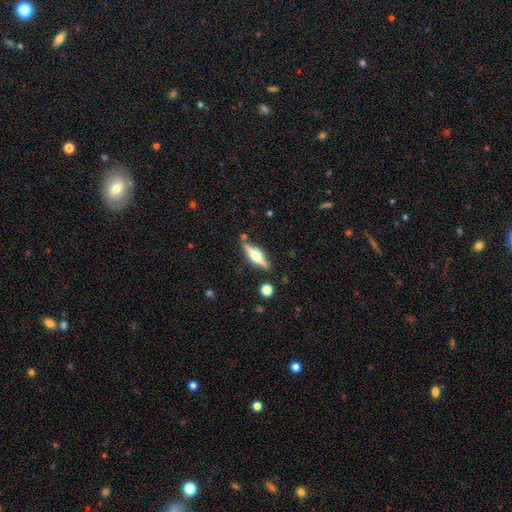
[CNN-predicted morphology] Smooth or featured: featured or disk — 66% (smooth — 28%)
Edge-on disk: yes — 96% (no — 4%)
Edge-on bulge: rounded — 94% (boxy — 4%)
Merging: none — 84% (minor disturbance — 10%)